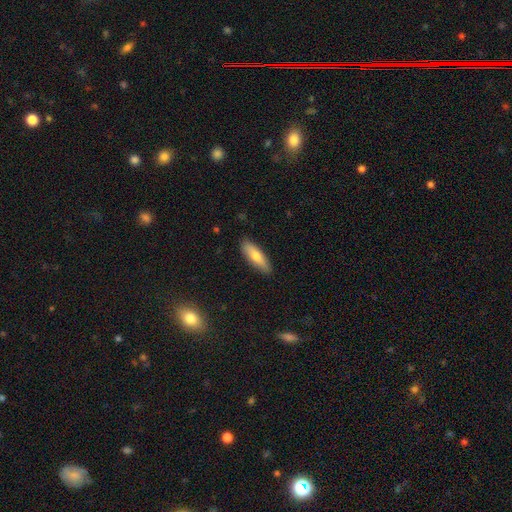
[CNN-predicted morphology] This appears to be a smooth galaxy with no disk features (67%) that is cigar-shaped (55%). Merging: none (88%).